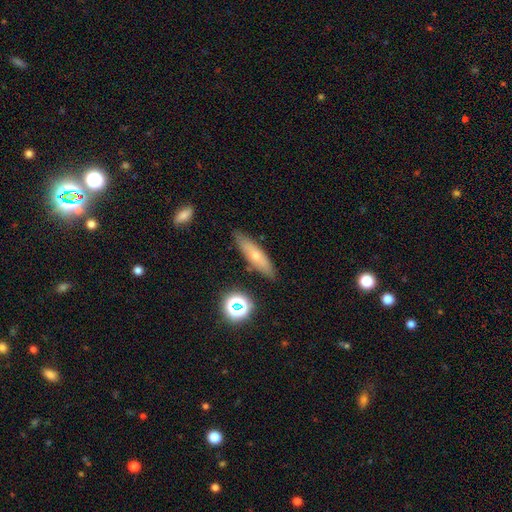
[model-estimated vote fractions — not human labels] A smooth galaxy with no disk features (60%) that is cigar-shaped (73%).

Vote fractions:
- Smooth or featured? smooth: 60% / featured or disk: 30% / star or artifact: 10%
- How rounded? cigar-shaped: 73% / in between: 24% / round: 3%
- Merging? none: 84% / minor disturbance: 11% / merger: 2% / major disturbance: 2%